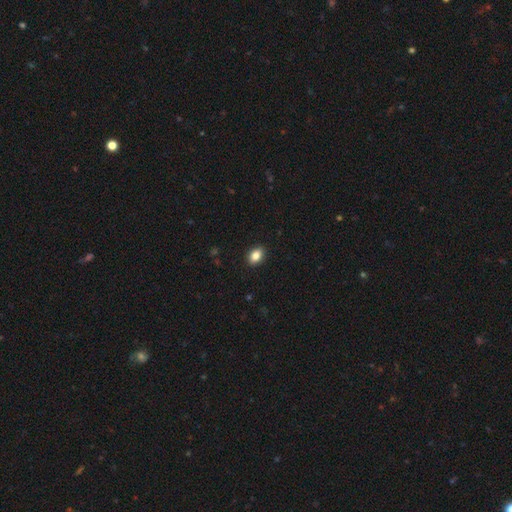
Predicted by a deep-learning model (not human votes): Smooth or featured: smooth — 86% (star or artifact — 9%)
How rounded: in between — 79% (round — 19%)
Merging: none — 91% (minor disturbance — 7%)